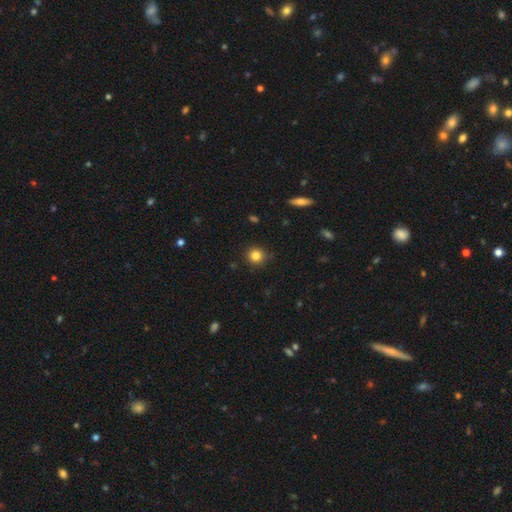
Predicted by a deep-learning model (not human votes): The model was most divided on "smooth or featured": smooth: 83%, star or artifact: 12%, featured or disk: 5%. More confident: how rounded — round (93%); merging — none (88%).